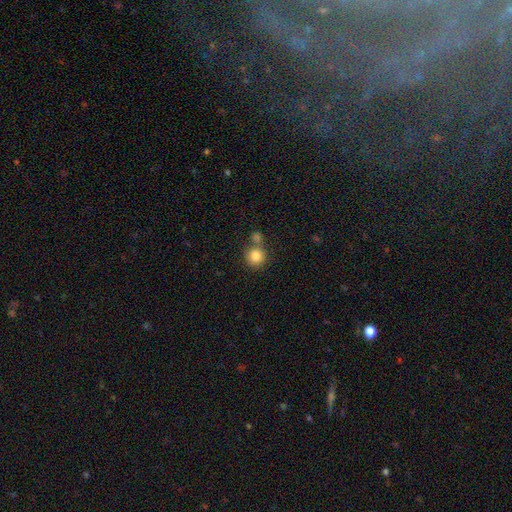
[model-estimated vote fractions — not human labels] A smooth galaxy with no disk features (84%) that is round (92%). Merging: none (63%).